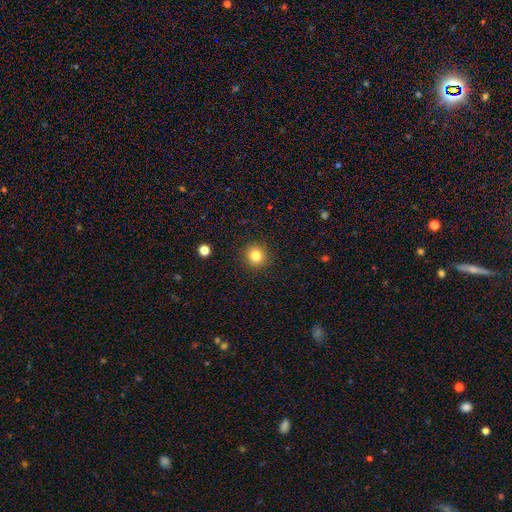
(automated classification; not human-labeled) Overall: smooth (82%). How rounded: round (92%). Merging: none (91%).